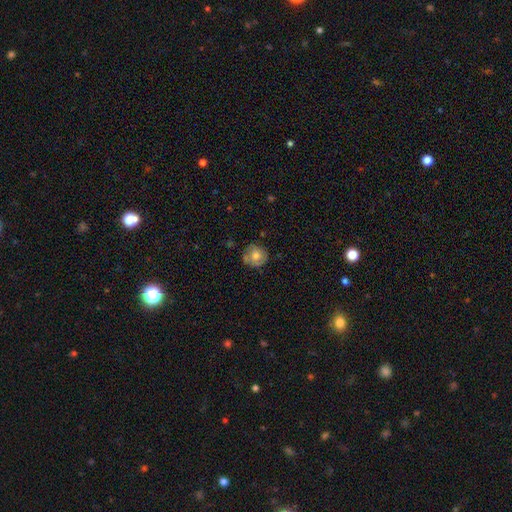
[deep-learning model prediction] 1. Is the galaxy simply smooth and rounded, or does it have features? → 62% smooth, 29% featured or disk, 8% star or artifact.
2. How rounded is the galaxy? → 87% round, 12% in between, 1% cigar-shaped.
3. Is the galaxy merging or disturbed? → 71% none, 19% minor disturbance, 6% merger, 5% major disturbance.